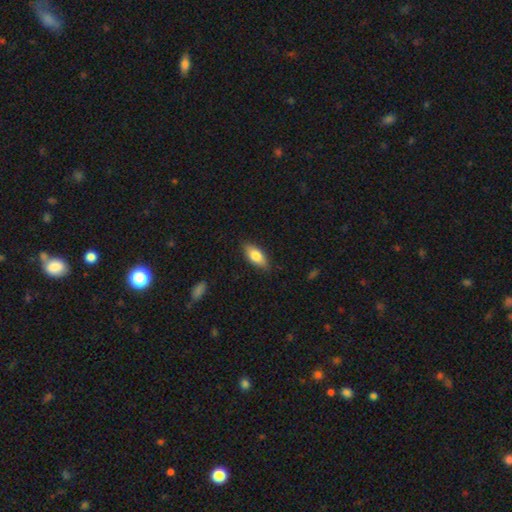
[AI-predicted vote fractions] Smooth or featured?
  - smooth: 78% *
  - featured or disk: 15%
  - star or artifact: 6%
How rounded?
  - in between: 83% *
  - cigar-shaped: 14%
  - round: 3%
Merging?
  - none: 85% *
  - minor disturbance: 12%
  - major disturbance: 2%
  - merger: 1%